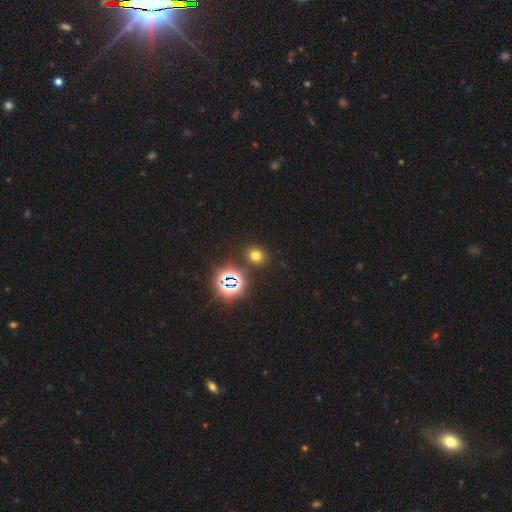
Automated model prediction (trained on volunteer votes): Q: Smooth or featured?
A: smooth (64%); runner-up: star or artifact (29%)
Q: How rounded?
A: round (72%); runner-up: in between (27%)
Q: Merging?
A: none (85%); runner-up: minor disturbance (8%)